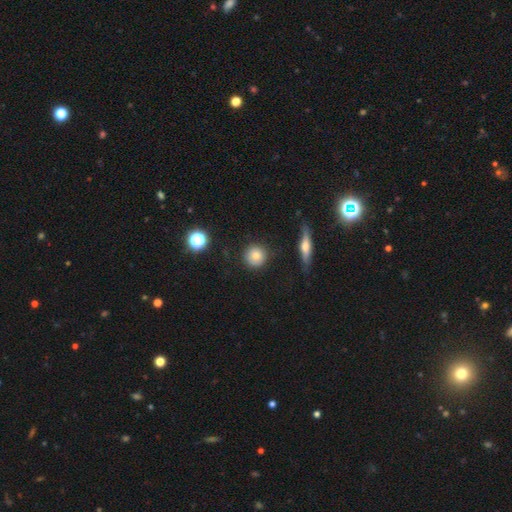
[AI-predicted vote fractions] smooth 78%, featured or disk 11%, star or artifact 10%. Down the decision tree: how rounded — round (93%); merging — none (87%).